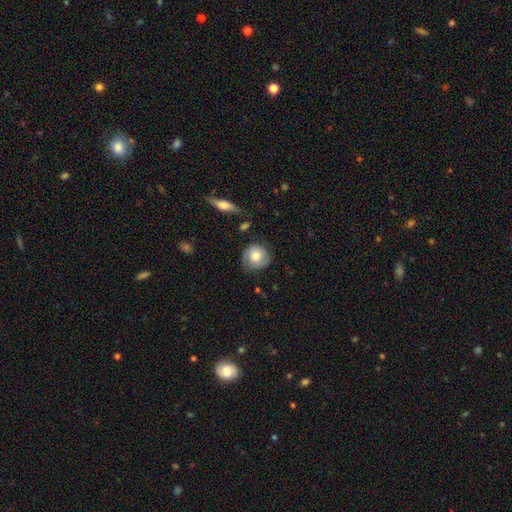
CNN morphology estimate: A smooth galaxy with no disk features (65%) that is round (86%). Merging: none (73%).